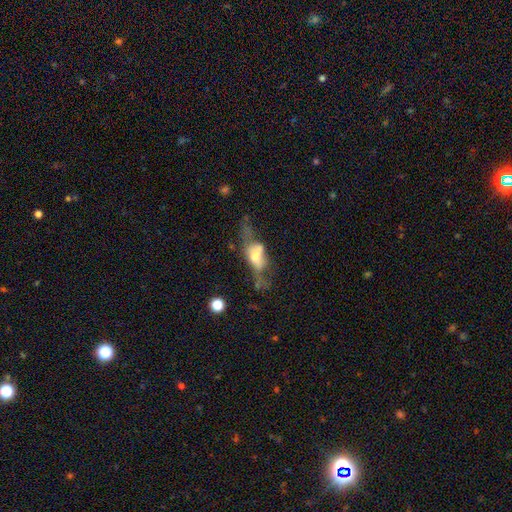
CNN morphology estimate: featured or disk 51%, smooth 40%, star or artifact 9%. Down the decision tree: edge-on disk — no (60%); merging — major disturbance (33%).